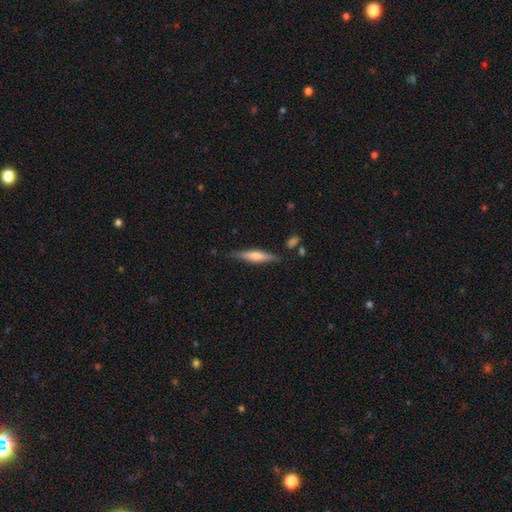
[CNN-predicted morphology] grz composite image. It shows a smooth galaxy with no disk features (50%). Merging: none (82%).